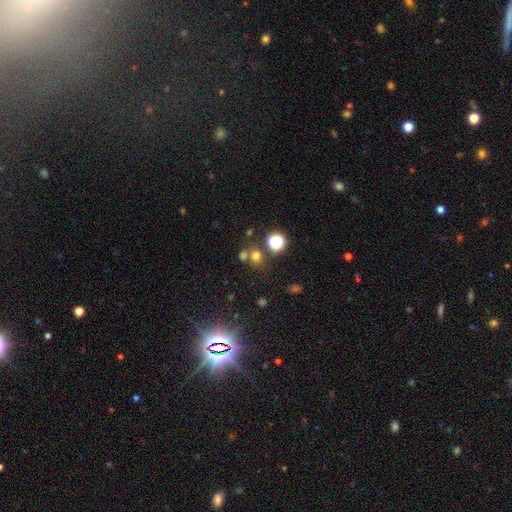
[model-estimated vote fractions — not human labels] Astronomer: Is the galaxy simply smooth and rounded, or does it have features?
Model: smooth — 64%.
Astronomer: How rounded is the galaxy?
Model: round — 79%.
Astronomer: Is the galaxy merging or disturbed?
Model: none — 64%.